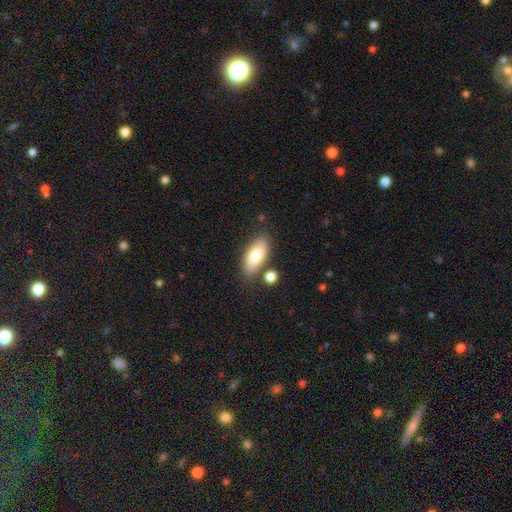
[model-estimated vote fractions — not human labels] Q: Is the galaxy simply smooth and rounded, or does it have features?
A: smooth — 75%.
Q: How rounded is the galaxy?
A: in between — 85%.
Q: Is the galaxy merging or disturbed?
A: none — 76%.